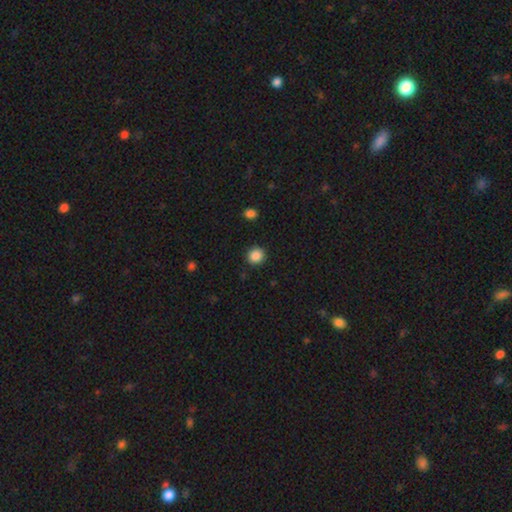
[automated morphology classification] smooth 87%, star or artifact 10%, featured or disk 3%. Down the decision tree: how rounded — round (91%); merging — none (91%).